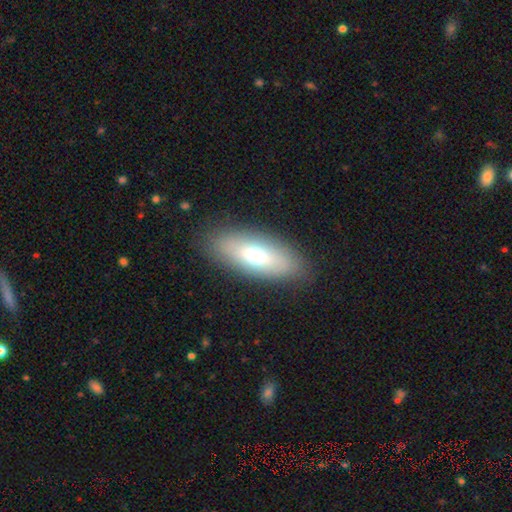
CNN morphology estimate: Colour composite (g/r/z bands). It shows a smooth galaxy with no disk features (65%) that is in between round and cigar-shaped (76%). Merging: none (86%).